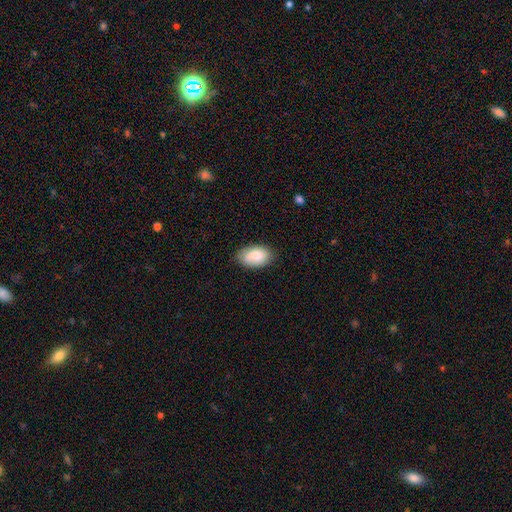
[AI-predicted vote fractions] This appears to be a smooth galaxy with no disk features (84%) that is in between round and cigar-shaped (93%). Merging: none (77%).